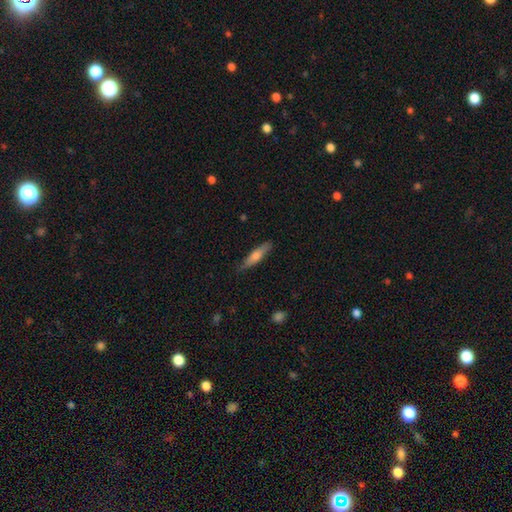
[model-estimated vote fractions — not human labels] A smooth galaxy with no disk features (51%) that is cigar-shaped (84%). Merging: none (86%).